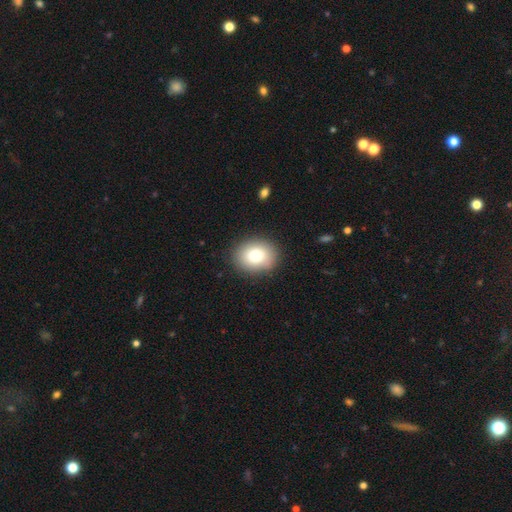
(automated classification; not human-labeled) Overall: smooth (78%). How rounded: round (57%; in between 42%). Merging: none (88%).